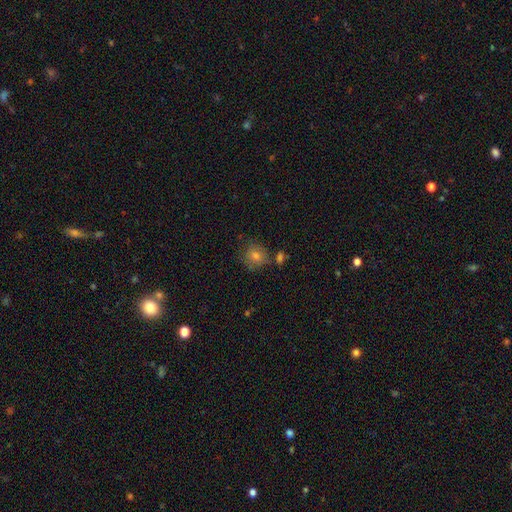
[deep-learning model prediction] Morphology: type=smooth (62%); roundness=round (84%); merging=none (73%).